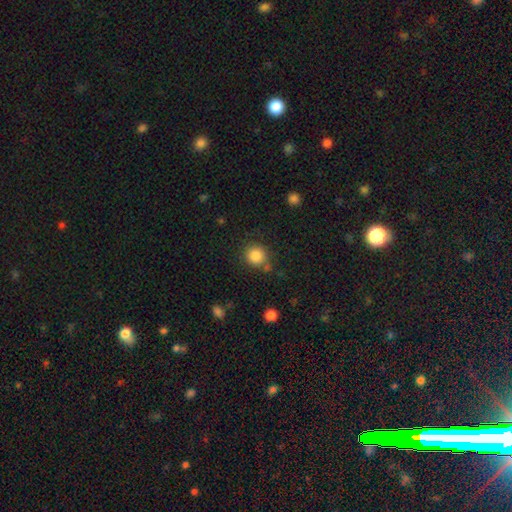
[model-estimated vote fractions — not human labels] Smooth or featured? smooth (85%)
How rounded? round (90%)
Merging? none (79%)